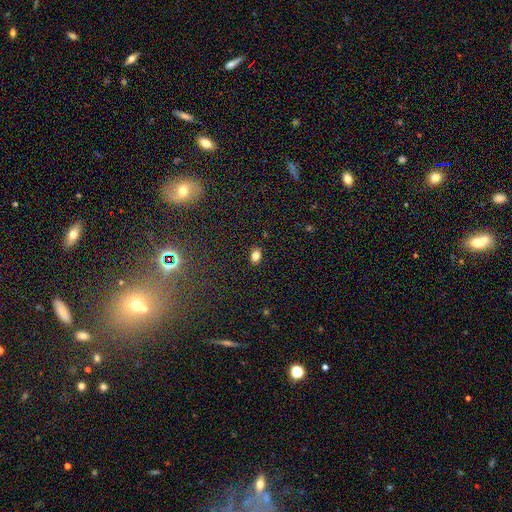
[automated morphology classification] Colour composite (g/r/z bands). It shows a smooth galaxy with no disk features (81%) that is in between round and cigar-shaped (78%). Merging: none (88%).